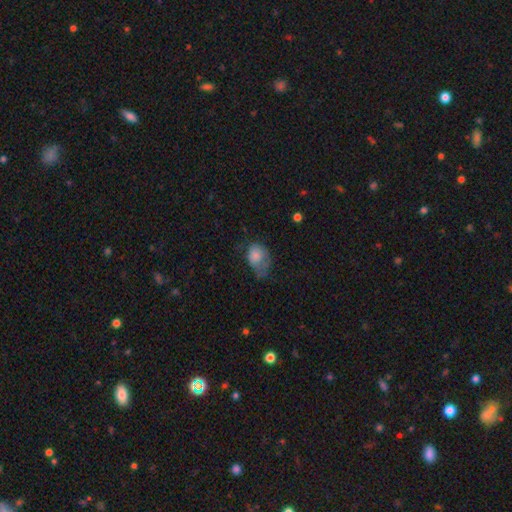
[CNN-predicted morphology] smooth 75%, featured or disk 16%, star or artifact 9%. Down the decision tree: how rounded — in between (70%); merging — minor disturbance (36%, tied with major disturbance).